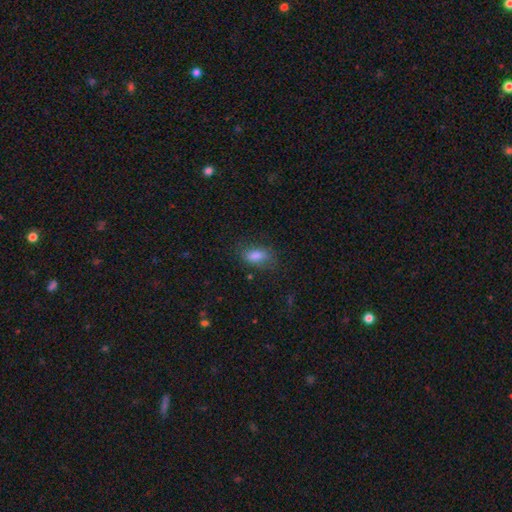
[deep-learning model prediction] This is likely a smooth galaxy (79%). How rounded: clearly in between (84%). Merging: likely none (66%).